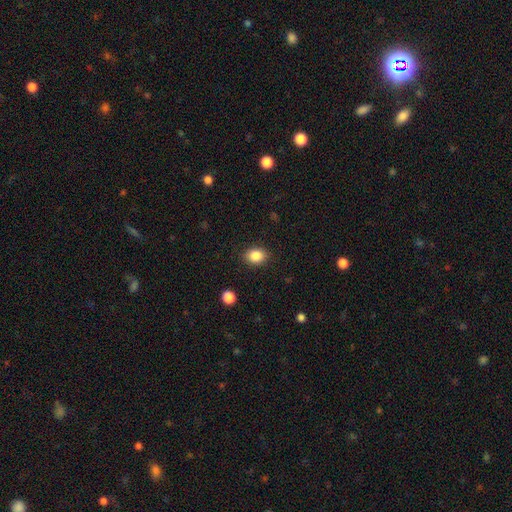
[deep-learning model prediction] This is clearly a smooth galaxy (87%). How rounded: likely in between (61%). Merging: clearly none (87%).